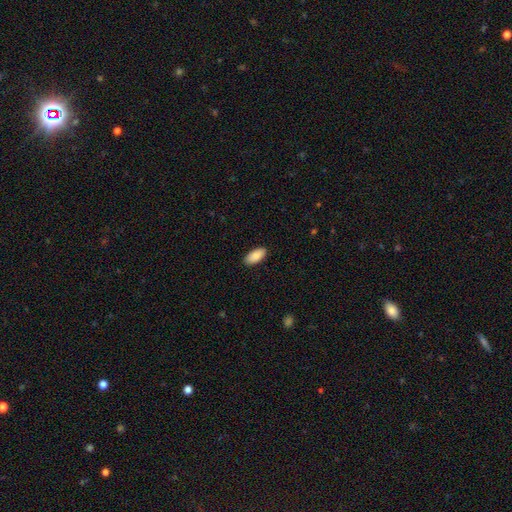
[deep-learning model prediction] smooth 88%, star or artifact 6%, featured or disk 6%. Down the decision tree: how rounded — in between (92%); merging — none (89%).